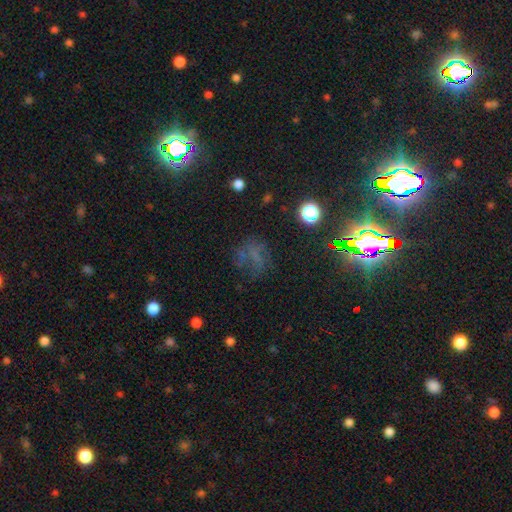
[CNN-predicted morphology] Smooth or featured? Predicted: star or artifact (p=0.46).